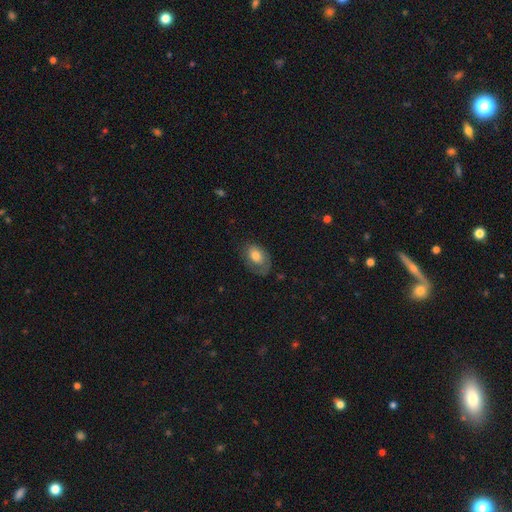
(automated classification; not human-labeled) The model was most divided on "merging": none: 56%, minor disturbance: 27%, major disturbance: 15%, merger: 2%. More confident: how rounded — in between (84%); smooth or featured — smooth (68%).